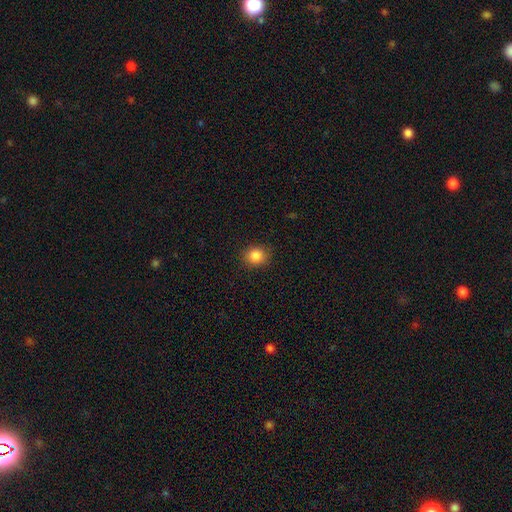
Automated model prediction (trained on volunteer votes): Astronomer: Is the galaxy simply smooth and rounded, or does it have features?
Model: smooth — 85%.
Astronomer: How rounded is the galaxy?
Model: round — 75%.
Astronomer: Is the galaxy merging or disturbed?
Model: none — 87%.